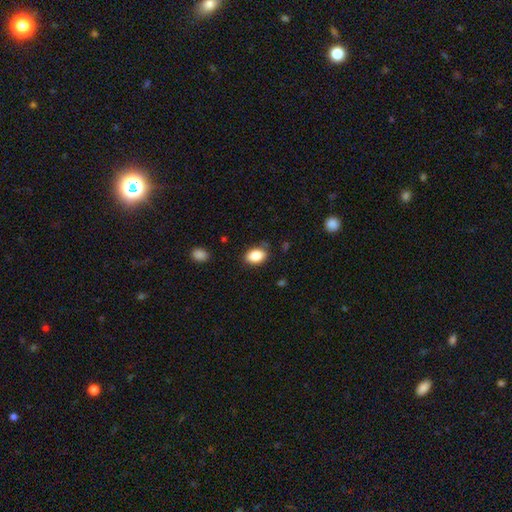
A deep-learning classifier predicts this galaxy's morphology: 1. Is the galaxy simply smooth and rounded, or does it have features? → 85% smooth, 8% star or artifact, 7% featured or disk.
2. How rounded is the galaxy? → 83% in between, 16% round, 1% cigar-shaped.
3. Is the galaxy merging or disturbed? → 81% none, 14% minor disturbance, 3% major disturbance, 2% merger.